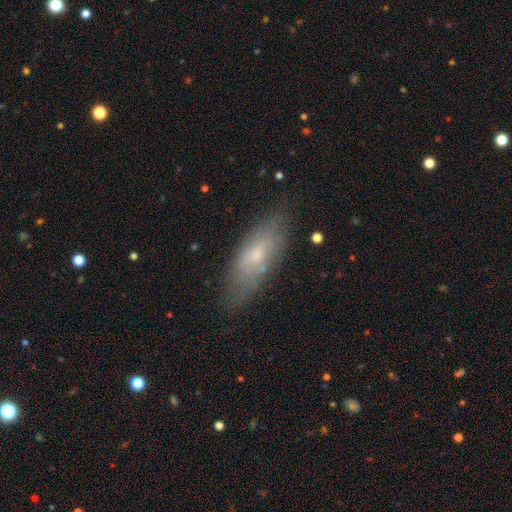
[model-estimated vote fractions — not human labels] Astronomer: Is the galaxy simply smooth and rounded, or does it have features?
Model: smooth — 56% (runner-up: featured or disk, 36%).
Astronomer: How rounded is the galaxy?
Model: in between — 65%.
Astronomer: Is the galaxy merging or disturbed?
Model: none — 73%.